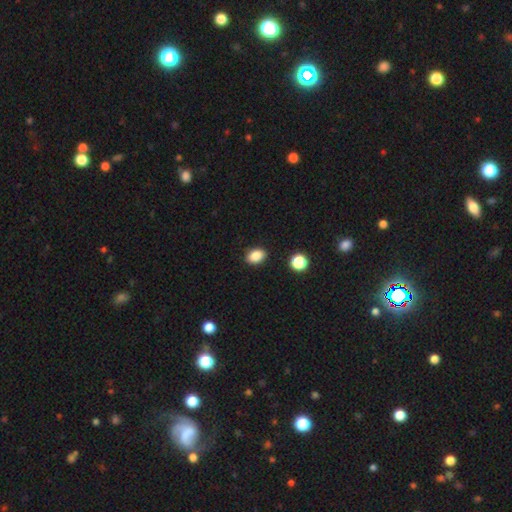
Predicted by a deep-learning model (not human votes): Smooth or featured? smooth (86%)
How rounded? in between (78%)
Merging? none (88%)